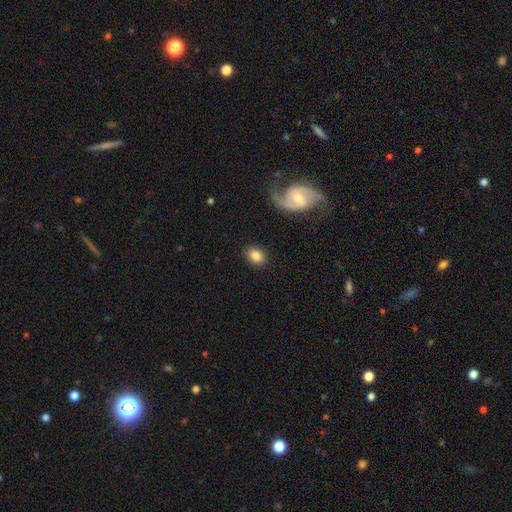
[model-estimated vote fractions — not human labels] This appears to be a smooth galaxy with no disk features (81%) that is in between round and cigar-shaped (66%). Merging: none (86%).